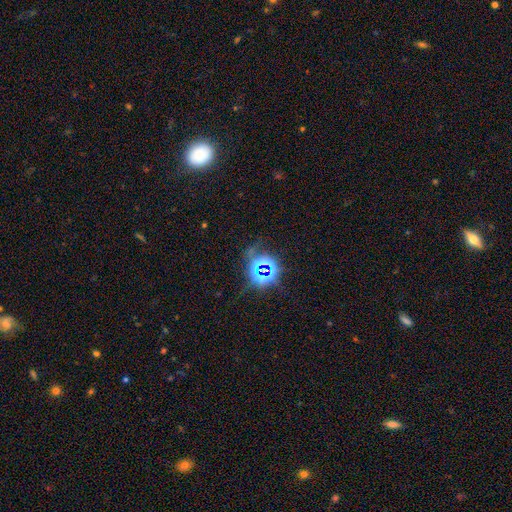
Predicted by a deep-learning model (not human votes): Smooth or featured: star or artifact — 78% (smooth — 14%)